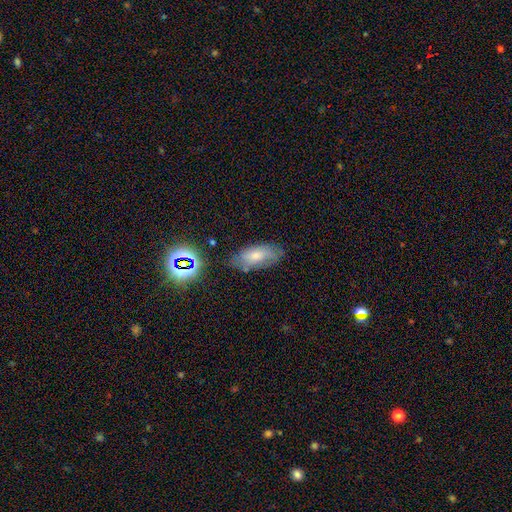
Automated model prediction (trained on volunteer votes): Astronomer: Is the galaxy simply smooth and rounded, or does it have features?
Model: smooth — 59%.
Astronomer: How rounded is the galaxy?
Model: in between — 88%.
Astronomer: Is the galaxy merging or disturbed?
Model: none — 67%.